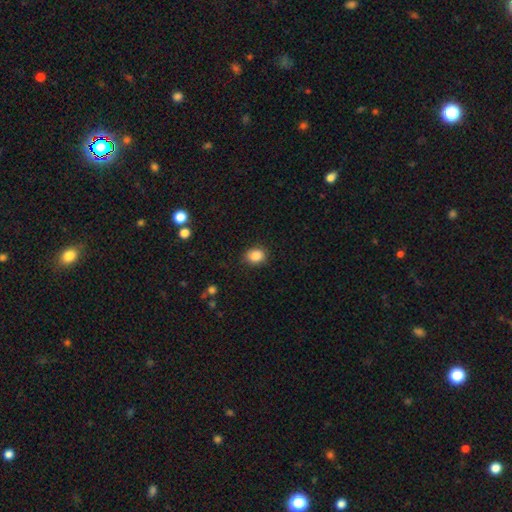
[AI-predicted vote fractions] Smooth or featured? smooth (87%)
How rounded? in between (50%)
Merging? none (87%)